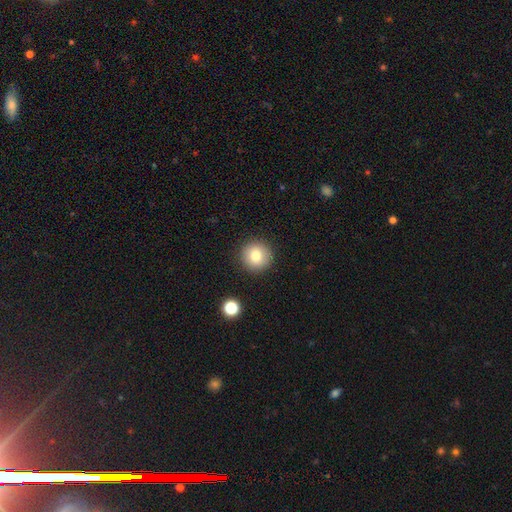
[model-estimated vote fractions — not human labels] smooth 81%, star or artifact 10%, featured or disk 9%. Down the decision tree: how rounded — round (95%); merging — none (91%).